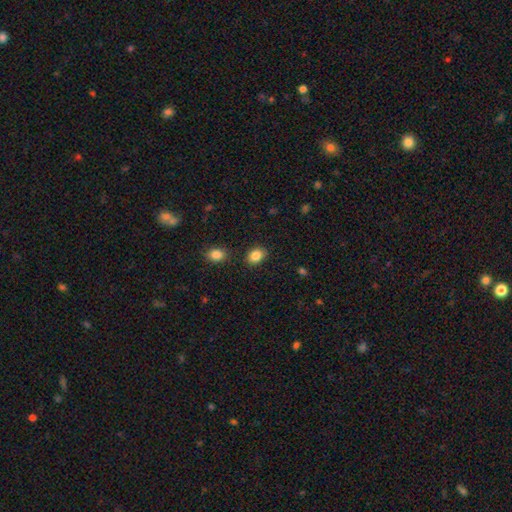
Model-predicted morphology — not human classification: smooth-or-featured: smooth: 86% | star or artifact: 9% | featured or disk: 5%
  how-rounded: in between: 64% | round: 35% | cigar-shaped: 1%
  merging: none: 84% | minor disturbance: 10% | merger: 3% | major disturbance: 3%